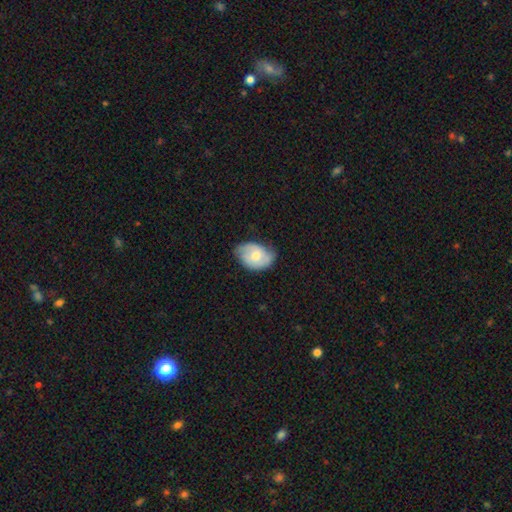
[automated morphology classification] The model was most divided on "smooth or featured": smooth: 51%, featured or disk: 42%, star or artifact: 6%. More confident: how rounded — in between (80%); merging — none (57%).